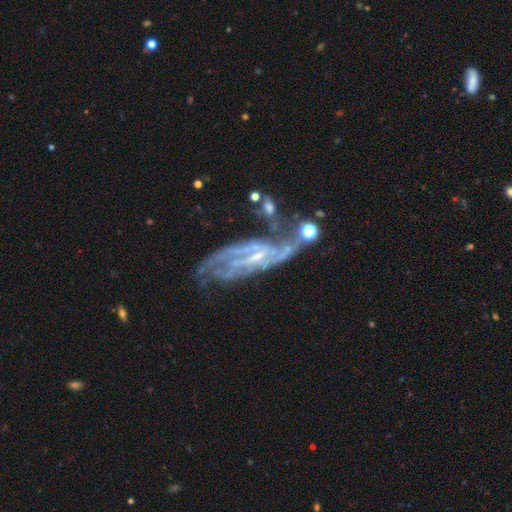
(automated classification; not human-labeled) smooth_or_featured: featured or disk (p=0.87) [alt: star or artifact p=0.07]
disk_edge_on: no (p=0.90) [alt: yes p=0.10]
bar: weak (p=0.40) [alt: strong p=0.34]
has_spiral_arms: yes (p=0.95) [alt: no p=0.05]
spiral_winding: medium (p=0.46) [alt: tight p=0.35]
spiral_arm_count: 2 (p=0.49) [alt: can't tell p=0.19]
bulge_size: small (p=0.73) [alt: moderate p=0.13]
merging: none (p=0.43) [alt: minor disturbance p=0.20]